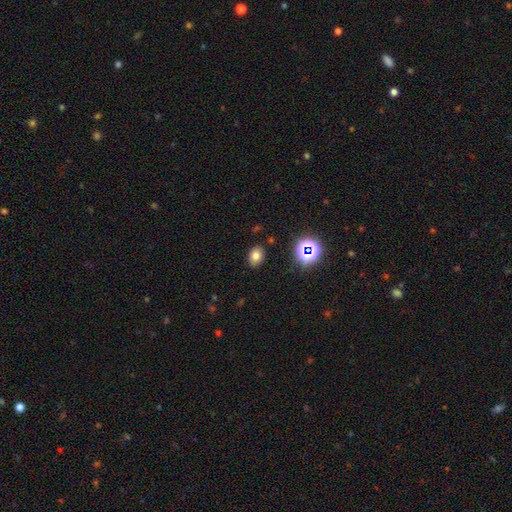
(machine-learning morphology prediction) Q: Smooth or featured?
A: smooth (75%); runner-up: star or artifact (16%)
Q: How rounded?
A: in between (66%); runner-up: round (33%)
Q: Merging?
A: none (86%); runner-up: minor disturbance (9%)